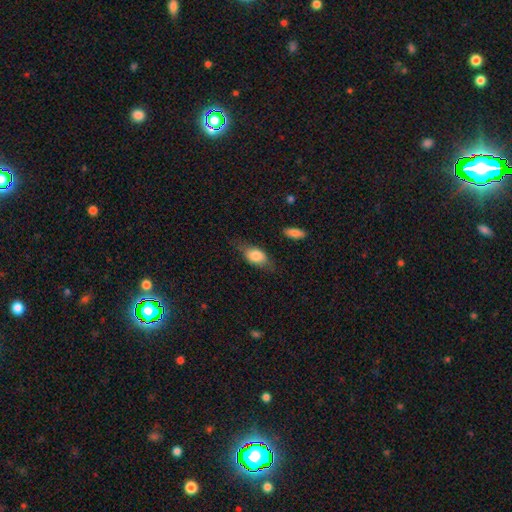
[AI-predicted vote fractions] smooth 75%, featured or disk 18%, star or artifact 7%. Down the decision tree: how rounded — in between (83%); merging — none (63%).